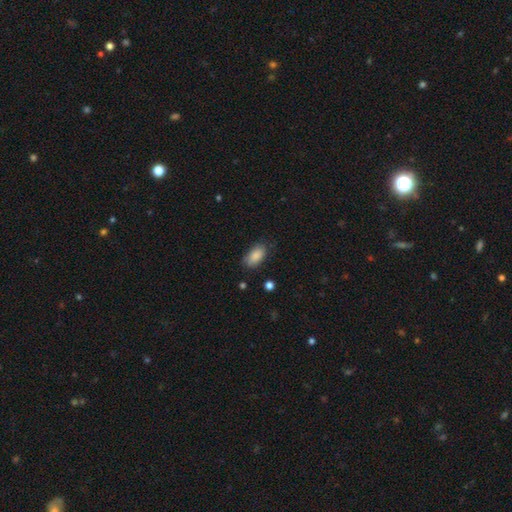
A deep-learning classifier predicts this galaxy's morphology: Smooth or featured? Predicted: smooth (p=0.87). How rounded? Predicted: in between (p=0.93). Merging? Predicted: none (p=0.77).